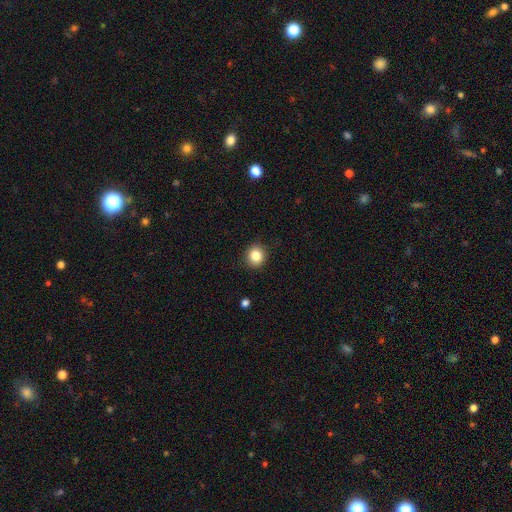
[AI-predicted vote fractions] A smooth galaxy with no disk features (83%) that is round (84%). Merging: none (90%).